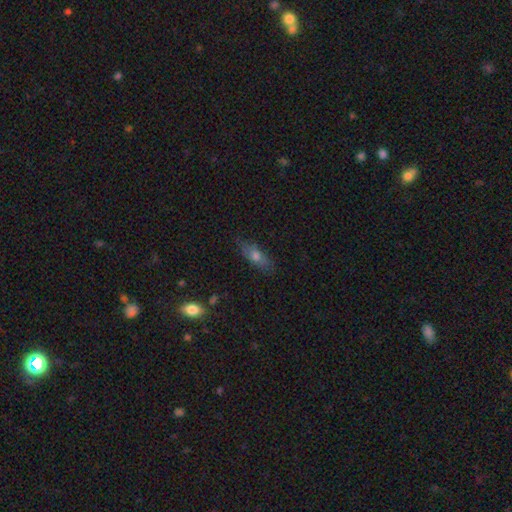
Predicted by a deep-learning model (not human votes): A smooth galaxy with no disk features (59%) that is in between round and cigar-shaped (56%).

Vote fractions:
- Smooth or featured? smooth: 59% / featured or disk: 31% / star or artifact: 9%
- How rounded? in between: 56% / cigar-shaped: 39% / round: 5%
- Merging? none: 80% / minor disturbance: 16% / major disturbance: 3% / merger: 2%